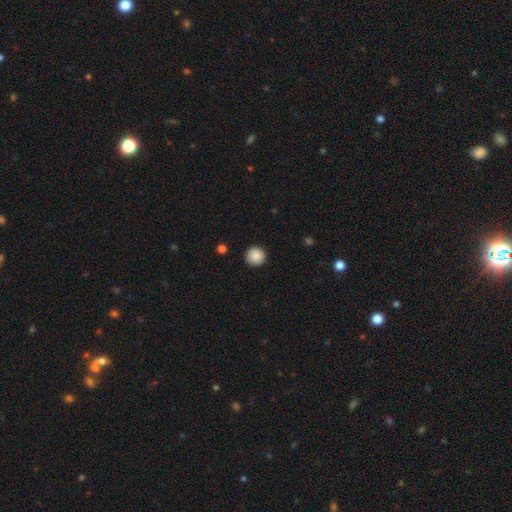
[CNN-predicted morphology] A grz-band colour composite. It shows a smooth galaxy with no disk features (88%) that is round (95%). Merging: none (92%).